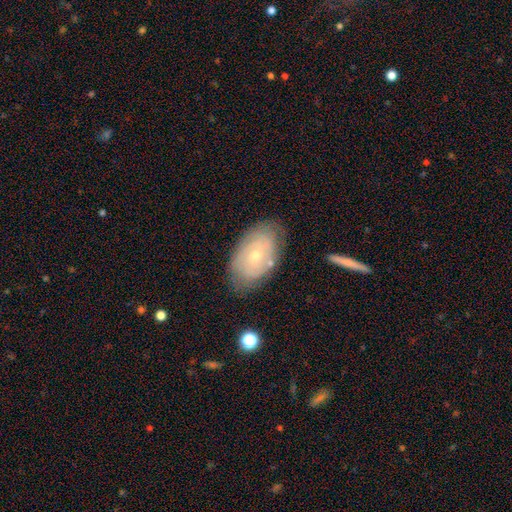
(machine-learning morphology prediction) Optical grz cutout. It shows a featured or disk galaxy (60%) with no bar (82%), spiral arms (68%) and a small central bulge (68%). Merging: none (75%).